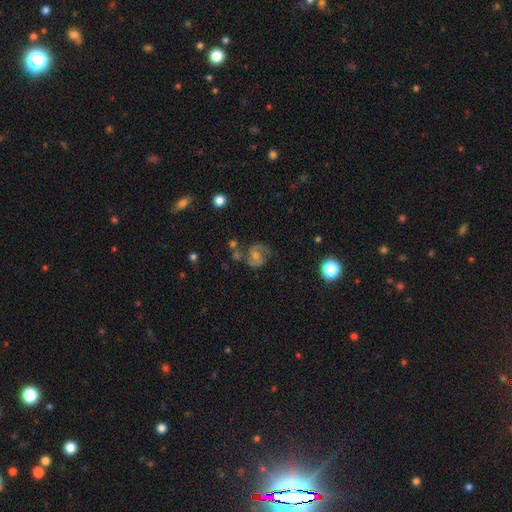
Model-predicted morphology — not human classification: Smooth or featured?
  - featured or disk: 77% *
  - smooth: 12%
  - star or artifact: 11%
Edge-on disk?
  - no: 98% *
  - yes: 2%
Bar?
  - no: 54% *
  - weak: 36%
  - strong: 10%
Spiral arms?
  - yes: 94% *
  - no: 6%
Spiral winding?
  - medium: 56% *
  - tight: 25%
  - loose: 19%
Spiral arm count?
  - 2: 86% *
  - can't tell: 5%
  - 1: 4%
  - 3: 2%
  - 4: 1%
  - more than 4: 1%
Bulge size?
  - moderate: 49% *
  - small: 42%
  - none: 4%
  - large: 3%
  - dominant: 1%
Merging?
  - none: 68% *
  - minor disturbance: 17%
  - major disturbance: 9%
  - merger: 6%